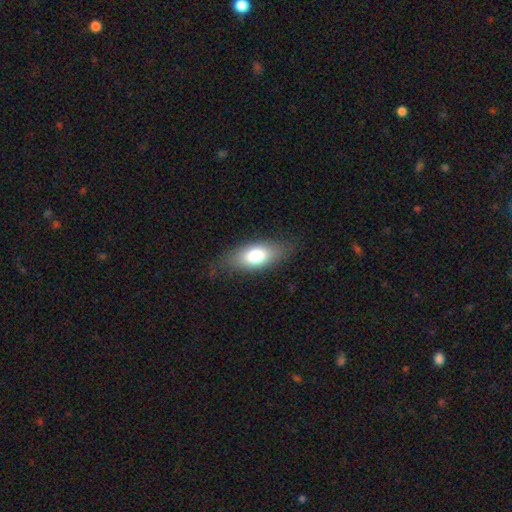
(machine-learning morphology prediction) type=smooth (75%); roundness=in between (86%); merging=none (76%).